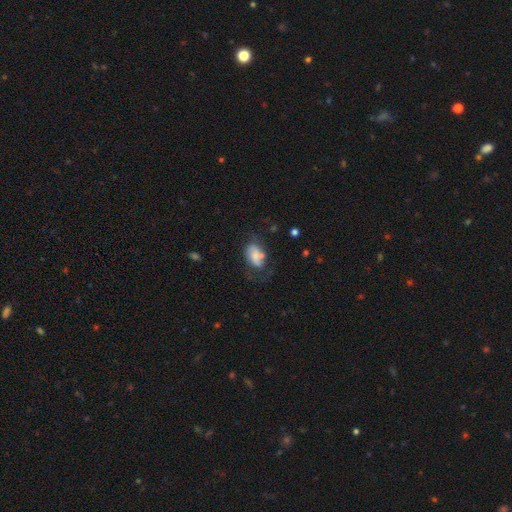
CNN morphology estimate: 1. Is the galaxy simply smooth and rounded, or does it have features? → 59% smooth, 32% featured or disk, 9% star or artifact.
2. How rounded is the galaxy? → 87% in between, 11% round, 2% cigar-shaped.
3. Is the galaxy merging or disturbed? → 44% none, 28% minor disturbance, 21% major disturbance, 7% merger.